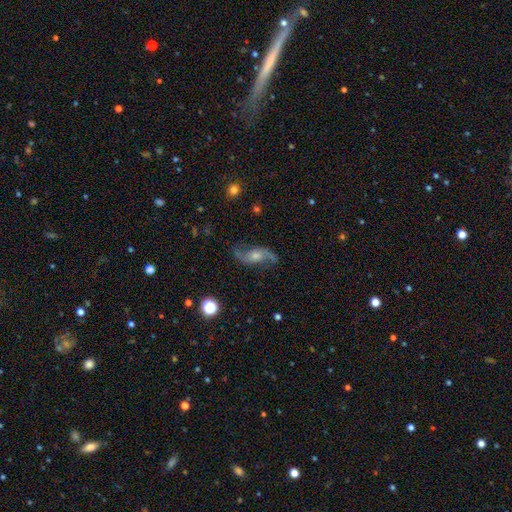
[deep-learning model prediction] Smooth or featured? featured or disk (85%)
Edge-on disk? no (94%)
Bar? no (62%)
Spiral arms? yes (96%)
Spiral winding? loose (69%)
Spiral arm count? 2 (93%)
Bulge size? moderate (52%)
Merging? none (77%)